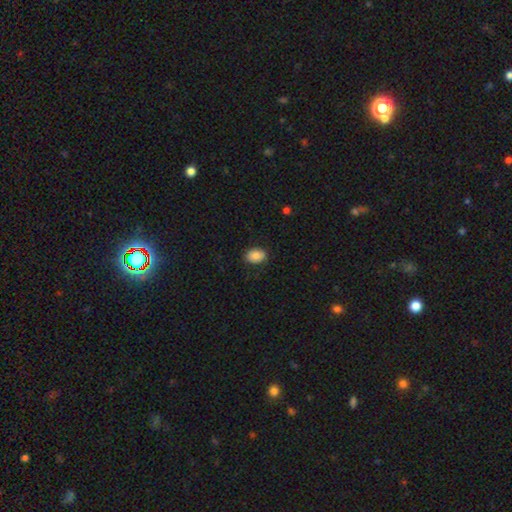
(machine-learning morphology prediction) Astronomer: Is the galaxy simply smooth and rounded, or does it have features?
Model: smooth — 84%.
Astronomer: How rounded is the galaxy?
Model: in between — 75%.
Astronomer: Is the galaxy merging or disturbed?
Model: none — 84%.